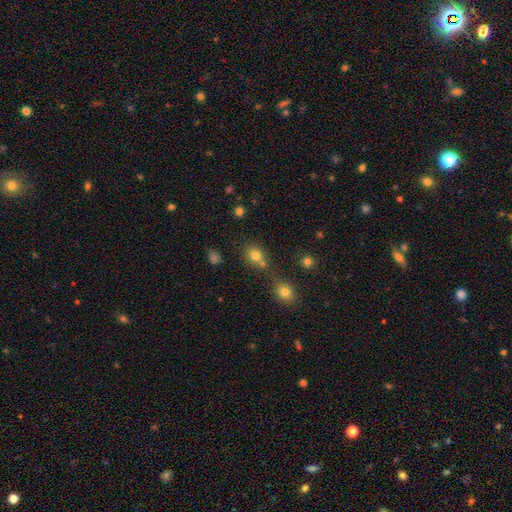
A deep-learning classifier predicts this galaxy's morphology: Smooth or featured? Predicted: smooth (p=0.78). How rounded? Predicted: round (p=0.63). Merging? Predicted: none (p=0.52).